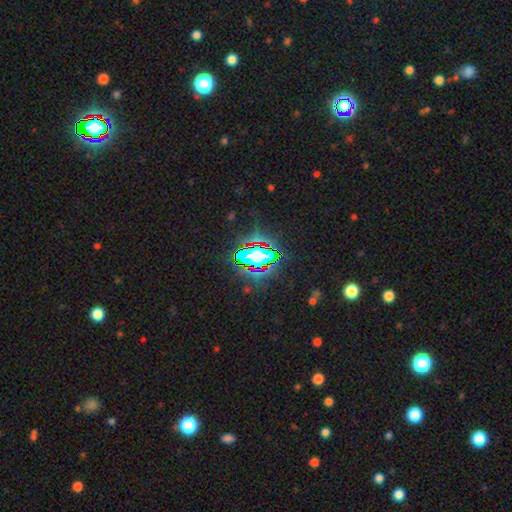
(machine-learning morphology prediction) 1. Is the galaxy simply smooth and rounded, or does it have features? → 69% star or artifact, 18% smooth, 13% featured or disk.